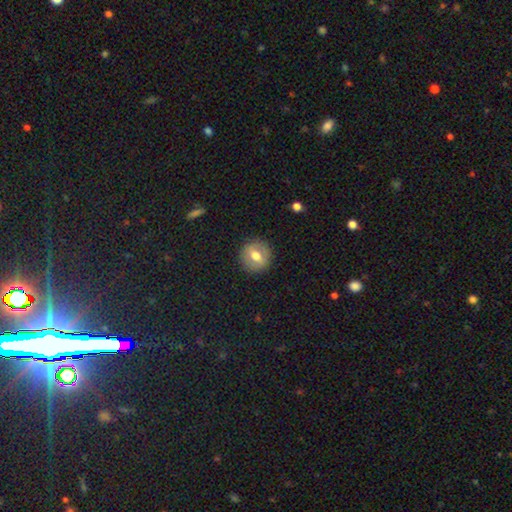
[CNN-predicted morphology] smooth 56%, featured or disk 36%, star or artifact 8%. Down the decision tree: how rounded — round (85%); merging — none (87%).